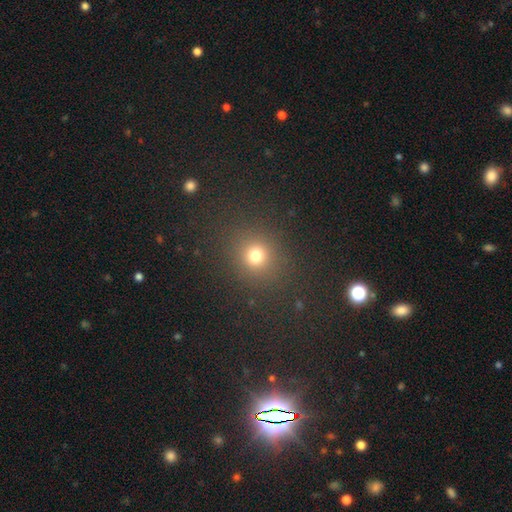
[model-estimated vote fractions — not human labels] Overall: smooth (73%). How rounded: round (85%). Merging: none (87%).